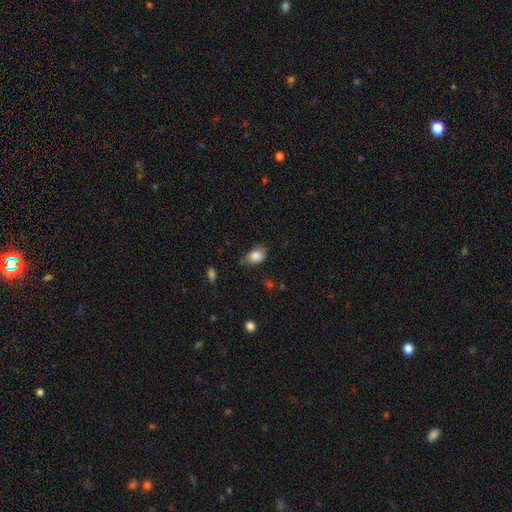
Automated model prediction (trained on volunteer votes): smooth-or-featured: smooth: 85% | star or artifact: 8% | featured or disk: 7%
  how-rounded: in between: 75% | round: 24% | cigar-shaped: 1%
  merging: none: 51% | minor disturbance: 37% | major disturbance: 10% | merger: 2%